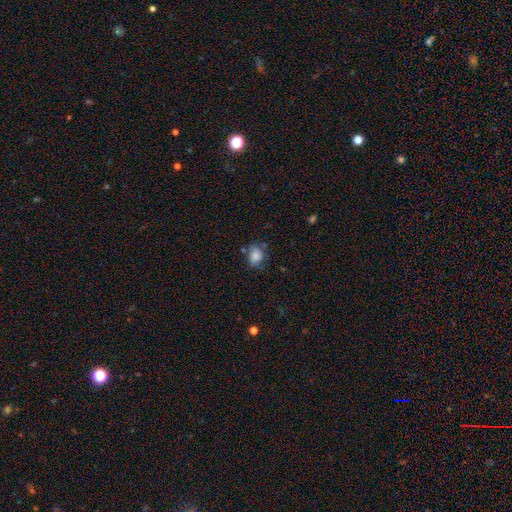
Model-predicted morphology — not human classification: A smooth galaxy with no disk features (80%) that is in between round and cigar-shaped (56%).

Vote fractions:
- Smooth or featured? smooth: 80% / featured or disk: 10% / star or artifact: 10%
- How rounded? in between: 56% / round: 43% / cigar-shaped: 1%
- Merging? none: 60% / minor disturbance: 26% / major disturbance: 8% / merger: 6%